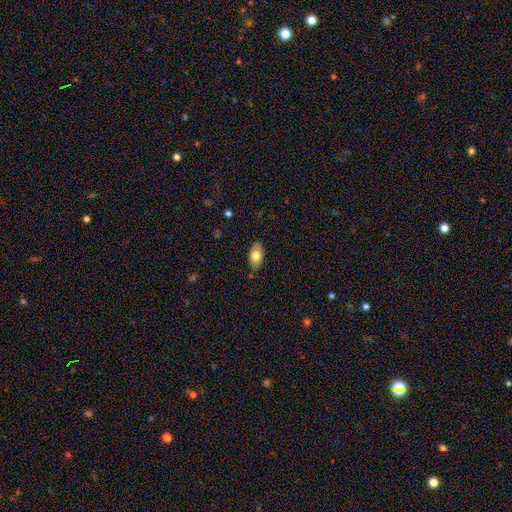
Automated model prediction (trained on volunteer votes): A smooth galaxy with no disk features (73%) that is in between round and cigar-shaped (89%).

Vote fractions:
- Smooth or featured? smooth: 73% / featured or disk: 19% / star or artifact: 7%
- How rounded? in between: 89% / cigar-shaped: 6% / round: 5%
- Merging? none: 83% / minor disturbance: 14% / major disturbance: 2% / merger: 1%